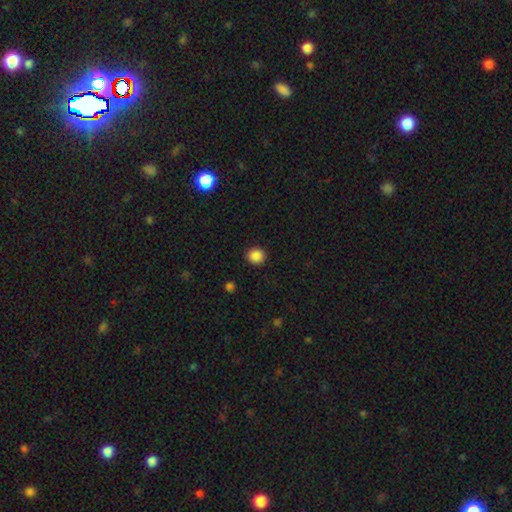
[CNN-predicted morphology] Smooth or featured?
  - smooth: 87% *
  - star or artifact: 10%
  - featured or disk: 3%
How rounded?
  - round: 84% *
  - in between: 15%
  - cigar-shaped: 1%
Merging?
  - none: 92% *
  - minor disturbance: 6%
  - major disturbance: 2%
  - merger: 1%